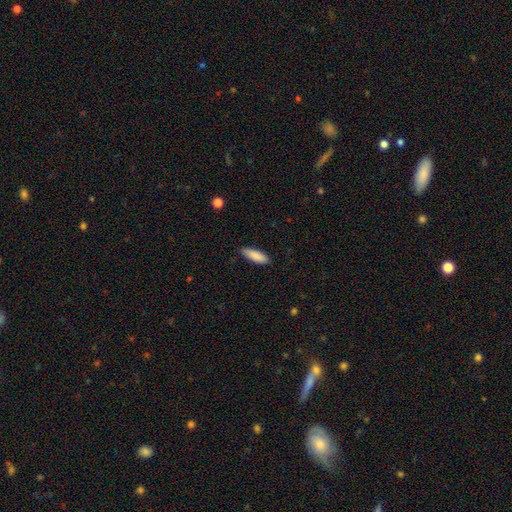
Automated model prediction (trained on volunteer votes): Morphology: type=smooth (88%); roundness=cigar-shaped (49%, tied with in between); merging=none (83%).